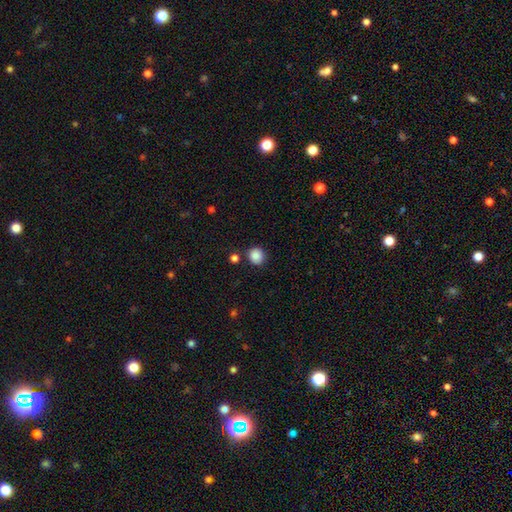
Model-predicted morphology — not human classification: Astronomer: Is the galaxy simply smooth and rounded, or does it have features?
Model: smooth — 87%.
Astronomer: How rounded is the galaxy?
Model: round — 89%.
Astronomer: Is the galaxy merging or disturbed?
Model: none — 84%.